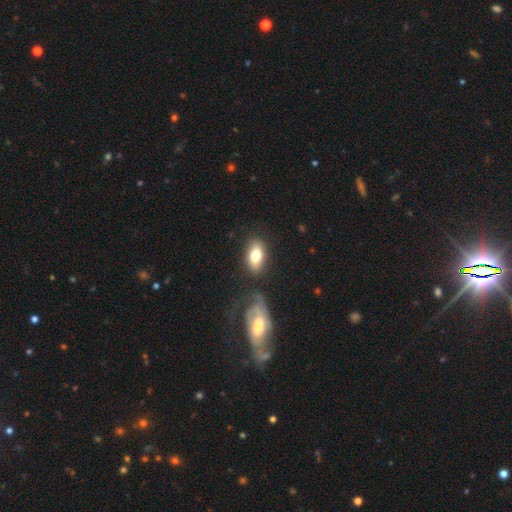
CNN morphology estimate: smooth_or_featured: smooth (p=0.76) [alt: featured or disk p=0.17]
how_rounded: in between (p=0.88) [alt: round p=0.07]
merging: none (p=0.77) [alt: minor disturbance p=0.13]